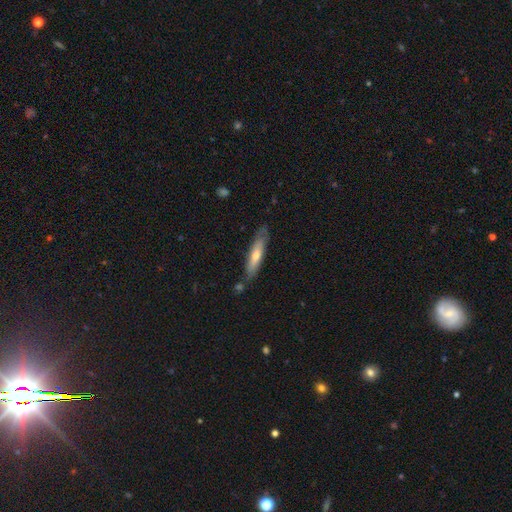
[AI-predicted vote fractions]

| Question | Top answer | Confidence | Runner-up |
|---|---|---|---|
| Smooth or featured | smooth | 50% | featured or disk (45%) |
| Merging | none | 73% | minor disturbance (18%) |